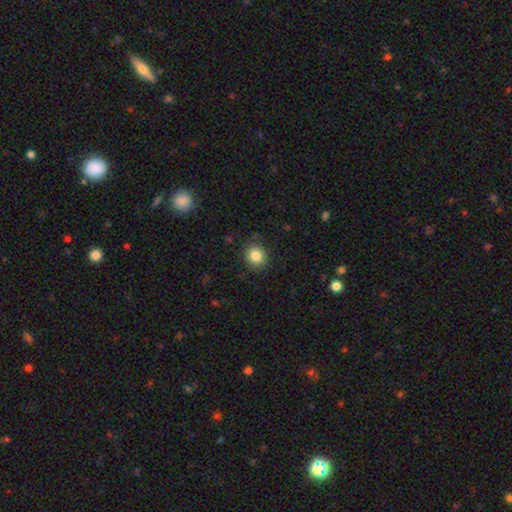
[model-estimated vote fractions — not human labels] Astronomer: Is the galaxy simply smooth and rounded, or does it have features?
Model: smooth — 83%.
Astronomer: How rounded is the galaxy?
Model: round — 85%.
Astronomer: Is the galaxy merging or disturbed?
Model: none — 88%.